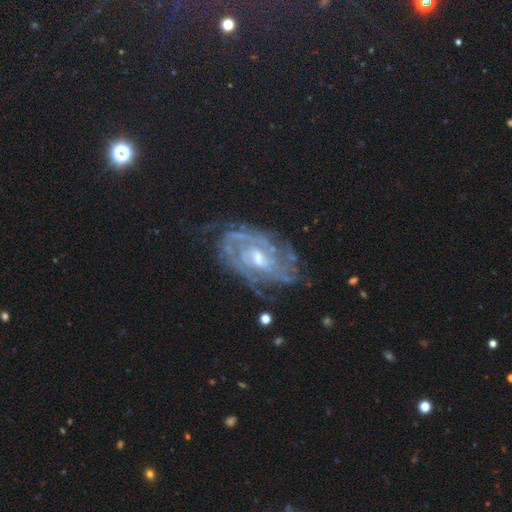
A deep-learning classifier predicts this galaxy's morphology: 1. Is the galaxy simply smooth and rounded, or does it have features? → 85% featured or disk, 9% star or artifact, 6% smooth.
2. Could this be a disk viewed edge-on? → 96% no, 4% yes.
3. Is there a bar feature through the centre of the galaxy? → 44% no, 43% weak, 13% strong.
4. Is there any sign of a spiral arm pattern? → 95% yes, 5% no.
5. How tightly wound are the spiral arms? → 68% tight, 26% medium, 6% loose.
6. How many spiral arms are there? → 37% can't tell, 21% 2, 18% 3, 11% 4, 7% more than 4, 7% 1.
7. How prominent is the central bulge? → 56% moderate, 37% small, 3% large, 2% none, 1% dominant.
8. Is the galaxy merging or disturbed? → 72% none, 18% minor disturbance, 8% major disturbance, 2% merger.